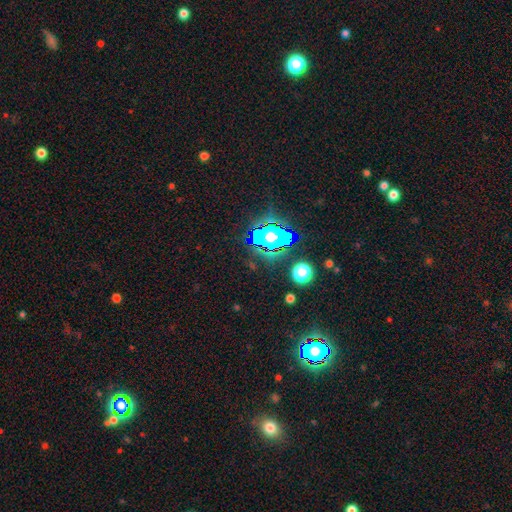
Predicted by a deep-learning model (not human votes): Overall: star or artifact (80%).